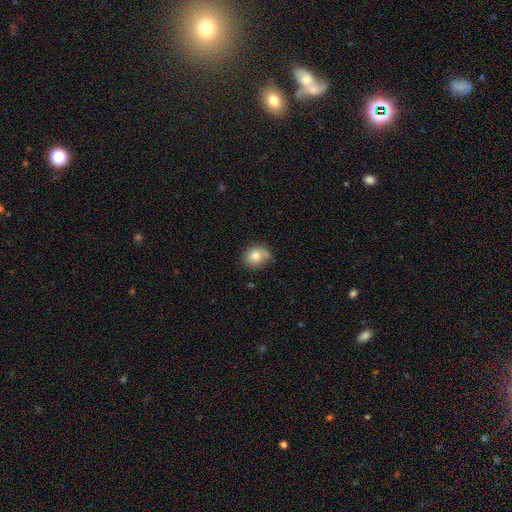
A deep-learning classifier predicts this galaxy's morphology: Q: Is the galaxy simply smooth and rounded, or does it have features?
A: smooth — 80%.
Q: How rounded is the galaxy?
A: round — 69%.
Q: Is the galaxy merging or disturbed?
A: none — 56%.